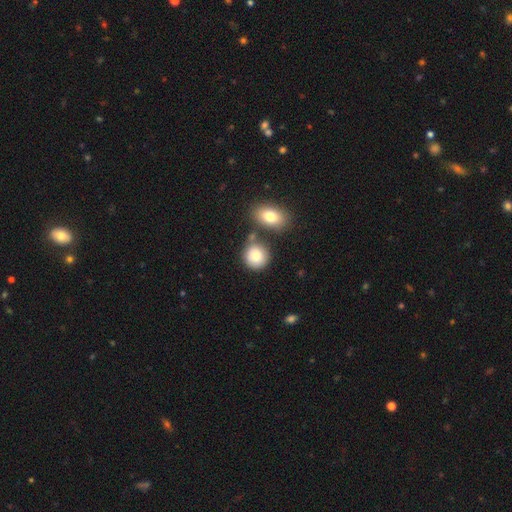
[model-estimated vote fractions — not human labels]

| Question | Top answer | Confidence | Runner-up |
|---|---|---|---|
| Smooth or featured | smooth | 85% | featured or disk (8%) |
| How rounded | round | 83% | in between (16%) |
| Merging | none | 67% | merger (16%) |